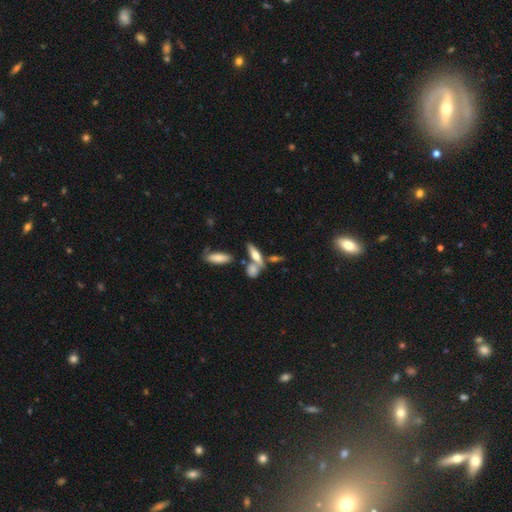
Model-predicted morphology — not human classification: Smooth or featured? Predicted: smooth (p=0.53). How rounded? Predicted: cigar-shaped (p=0.51). Merging? Predicted: none (p=0.53).